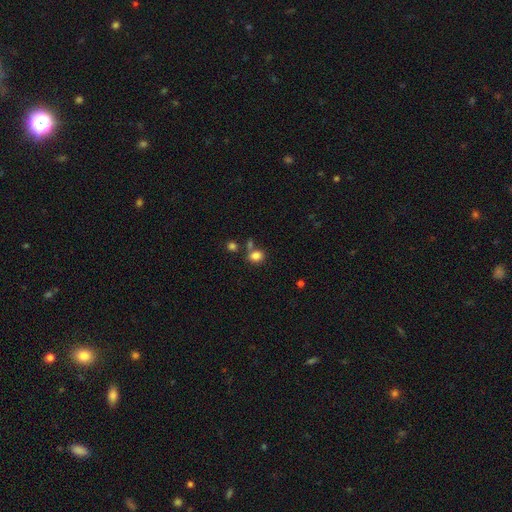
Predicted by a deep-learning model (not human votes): Smooth or featured: smooth — 82% (star or artifact — 12%)
How rounded: round — 53% (in between — 46%)
Merging: none — 63% (merger — 19%)